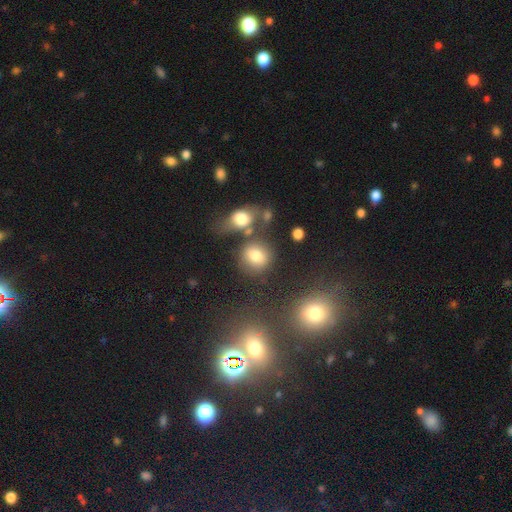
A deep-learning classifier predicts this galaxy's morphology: The model was most divided on "merging": none: 62%, merger: 18%, minor disturbance: 13%, major disturbance: 7%. More confident: how rounded — round (76%); smooth or featured — smooth (75%).